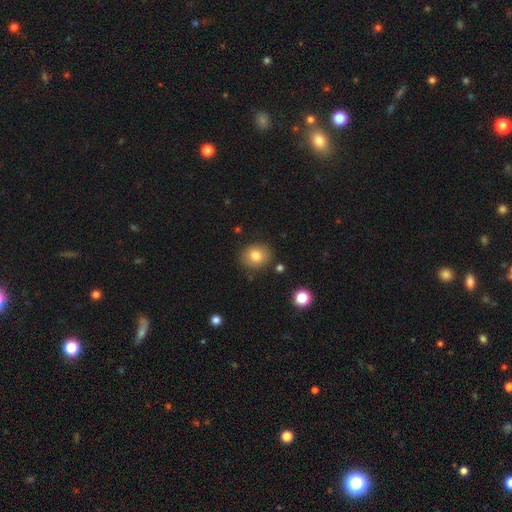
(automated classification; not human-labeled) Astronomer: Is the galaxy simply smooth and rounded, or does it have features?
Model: smooth — 81%.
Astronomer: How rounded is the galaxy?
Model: round — 71%.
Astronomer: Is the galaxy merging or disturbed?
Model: none — 85%.